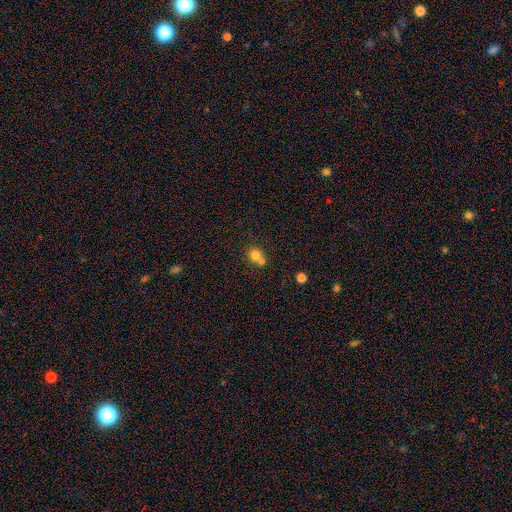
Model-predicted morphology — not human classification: The model was most divided on "merging": merger: 46%, none: 40%, minor disturbance: 10%, major disturbance: 4%. More confident: smooth or featured — smooth (76%); how rounded — round (74%).